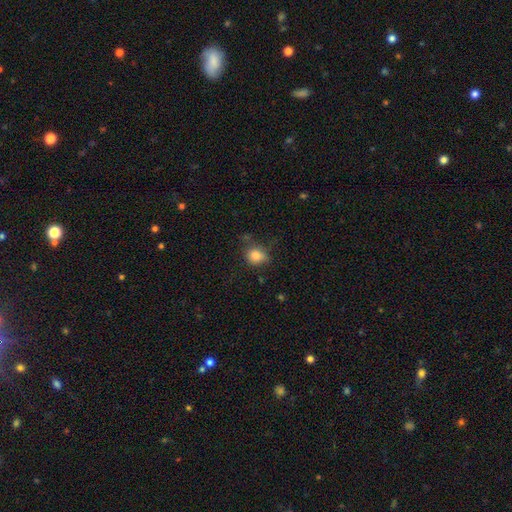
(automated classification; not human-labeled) smooth 82%, star or artifact 11%, featured or disk 7%. Down the decision tree: how rounded — round (67%); merging — none (64%).